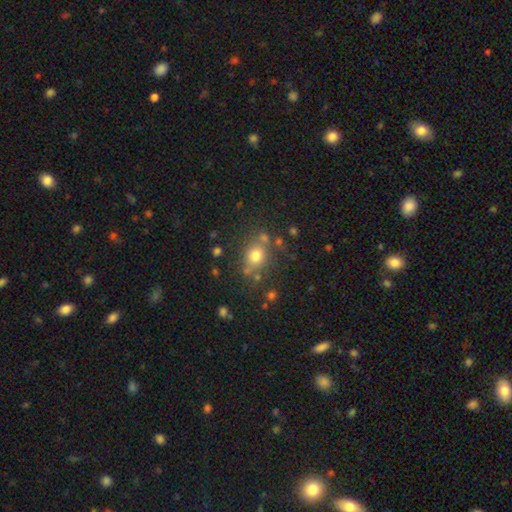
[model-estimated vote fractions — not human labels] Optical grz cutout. It shows a smooth galaxy with no disk features (73%) that is round (71%). Merging: none (70%).